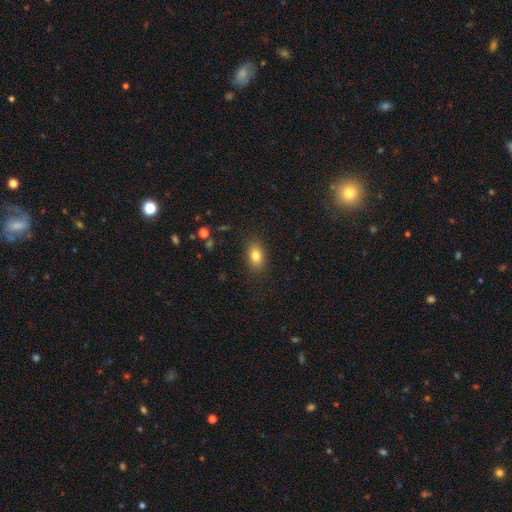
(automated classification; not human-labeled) Q: Smooth or featured?
A: smooth (81%); runner-up: featured or disk (10%)
Q: How rounded?
A: in between (84%); runner-up: round (13%)
Q: Merging?
A: none (86%); runner-up: minor disturbance (10%)